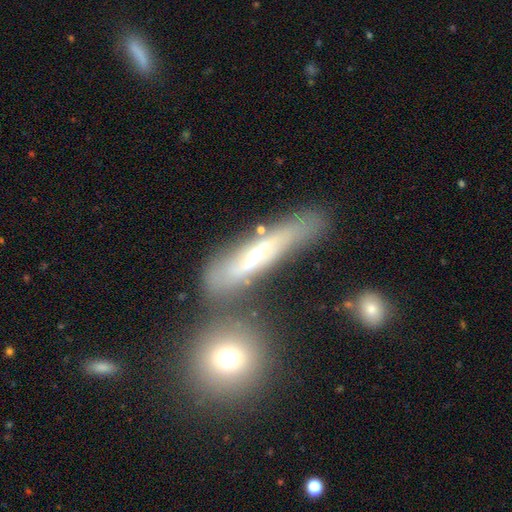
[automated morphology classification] featured or disk 58%, smooth 32%, star or artifact 10%. Down the decision tree: edge-on disk — yes (55%); merging — none (55%).